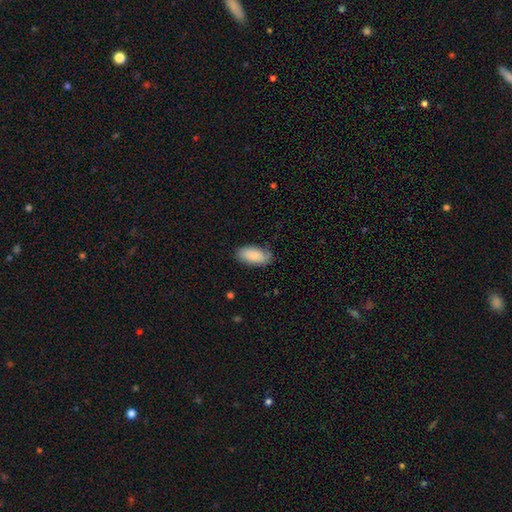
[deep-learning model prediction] Smooth or featured?
  - smooth: 86% *
  - featured or disk: 9%
  - star or artifact: 6%
How rounded?
  - in between: 93% *
  - cigar-shaped: 5%
  - round: 2%
Merging?
  - none: 75% *
  - minor disturbance: 20%
  - major disturbance: 4%
  - merger: 1%